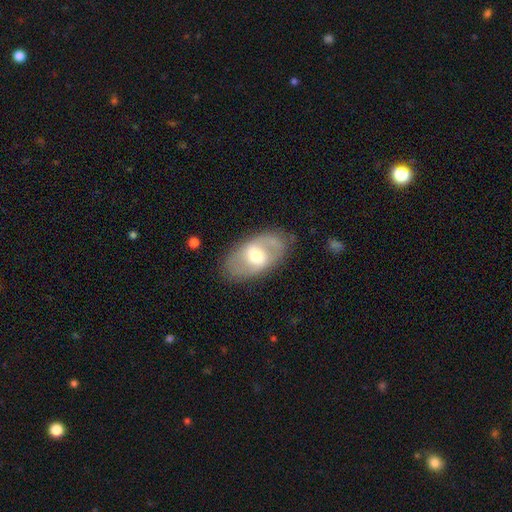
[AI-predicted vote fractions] Smooth or featured: featured or disk — 58% (smooth — 36%)
Edge-on disk: no — 91% (yes — 9%)
Bar: weak — 46% (no — 28%)
Spiral arms: yes — 56% (no — 44%)
Bulge size: moderate — 61% (large — 19%)
Merging: none — 79% (minor disturbance — 14%)